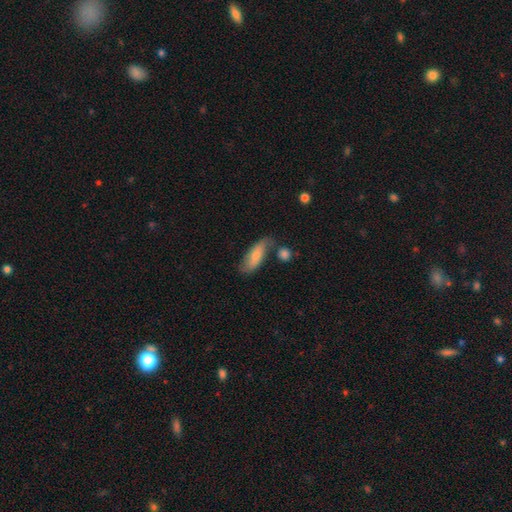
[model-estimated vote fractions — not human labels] smooth 71%, featured or disk 22%, star or artifact 7%. Down the decision tree: how rounded — in between (68%); merging — none (57%).